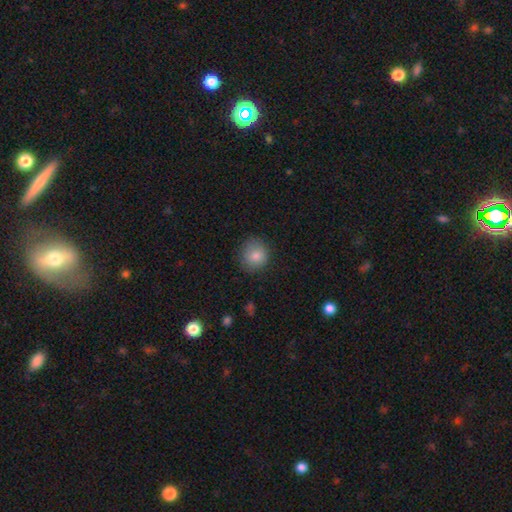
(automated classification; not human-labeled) Morphology: type=smooth (83%); roundness=round (83%); merging=none (79%).